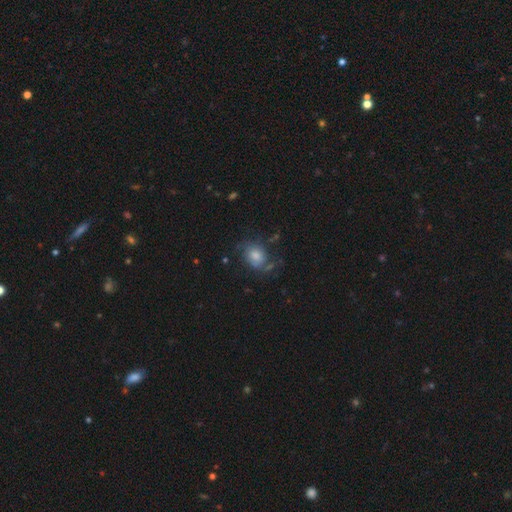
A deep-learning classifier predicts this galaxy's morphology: This appears to be a smooth galaxy with no disk features (58%) that is in between round and cigar-shaped (55%). Merging: none (52%).